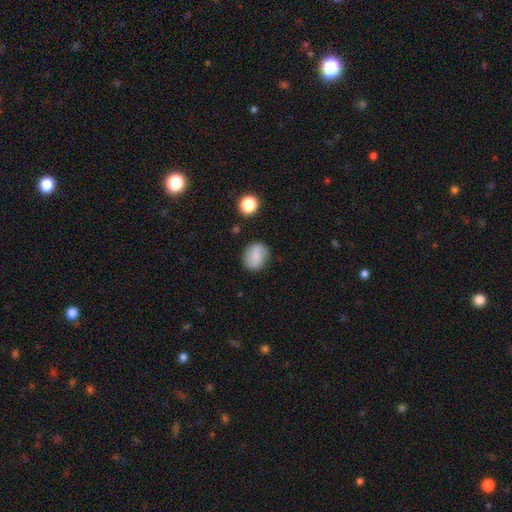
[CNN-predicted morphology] This appears to be a smooth galaxy with no disk features (61%) that is round (69%). Merging: none (82%).